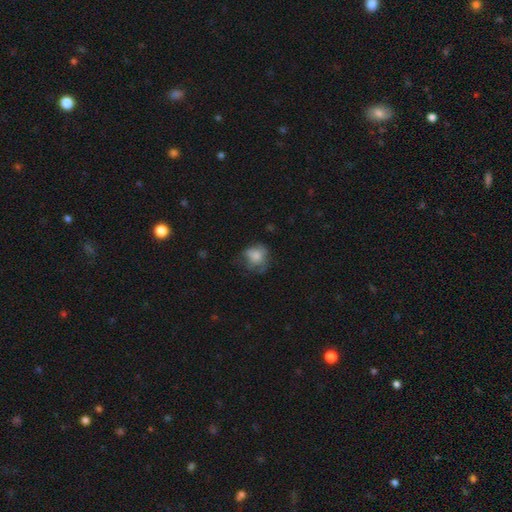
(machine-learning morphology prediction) Q: Smooth or featured?
A: smooth (67%); runner-up: featured or disk (22%)
Q: How rounded?
A: round (67%); runner-up: in between (32%)
Q: Merging?
A: none (47%); runner-up: minor disturbance (27%)